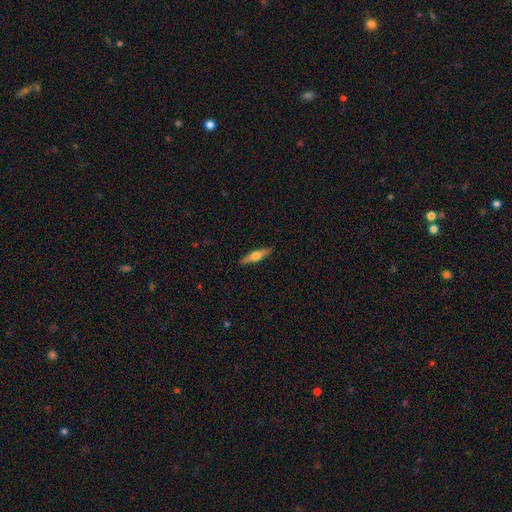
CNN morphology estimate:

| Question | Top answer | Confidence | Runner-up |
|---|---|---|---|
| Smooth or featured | featured or disk | 56% | smooth (38%) |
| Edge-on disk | yes | 95% | no (5%) |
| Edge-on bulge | rounded | 91% | boxy (6%) |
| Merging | none | 90% | minor disturbance (7%) |